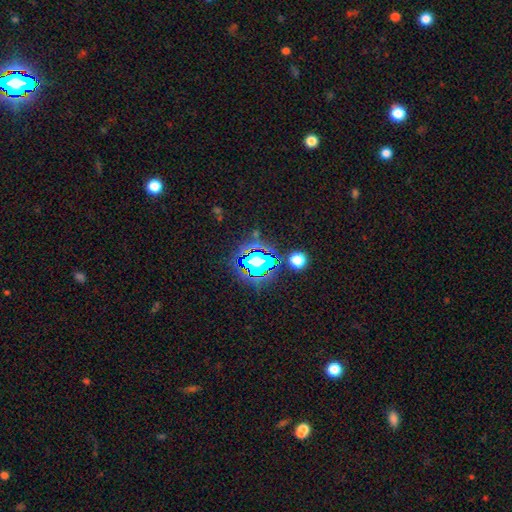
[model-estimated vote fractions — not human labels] This appears to be a star or artifact, not a galaxy (80%).